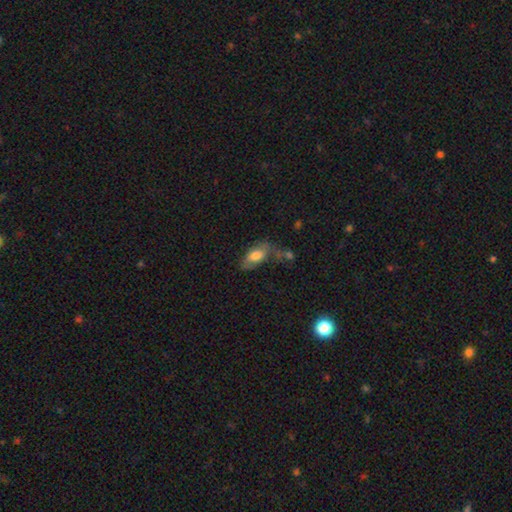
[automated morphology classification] smooth 70%, featured or disk 22%, star or artifact 8%. Down the decision tree: how rounded — in between (88%); merging — none (40%).